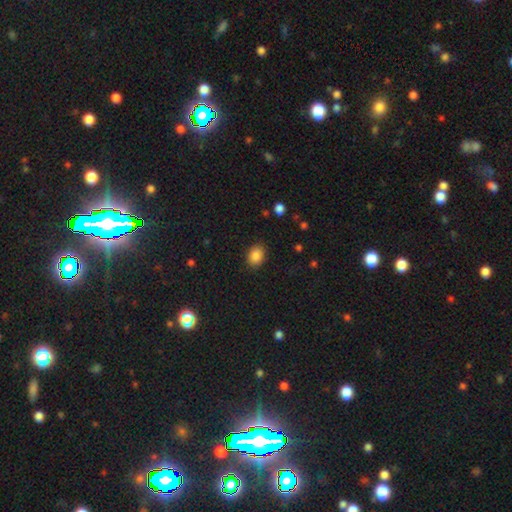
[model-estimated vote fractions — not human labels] A smooth galaxy with no disk features (86%) that is in between round and cigar-shaped (59%). Merging: none (87%).